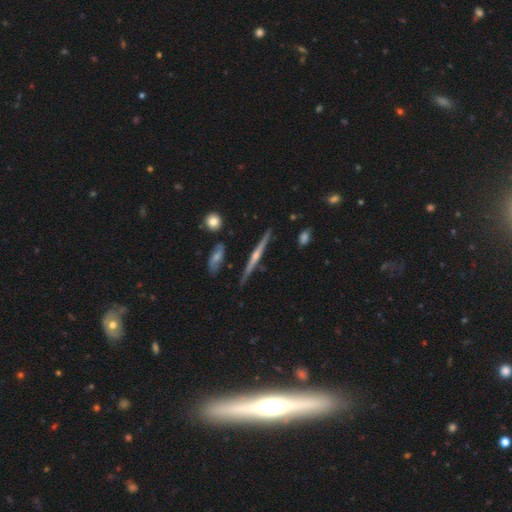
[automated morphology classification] A featured or disk galaxy (78%) viewed edge-on (98%) with a rounded central bulge (76%).

Vote fractions:
- Smooth or featured? featured or disk: 78% / smooth: 16% / star or artifact: 6%
- Edge-on disk? yes: 98% / no: 2%
- Edge-on bulge? rounded: 76% / none: 18% / boxy: 7%
- Merging? none: 88% / minor disturbance: 8% / merger: 2% / major disturbance: 2%